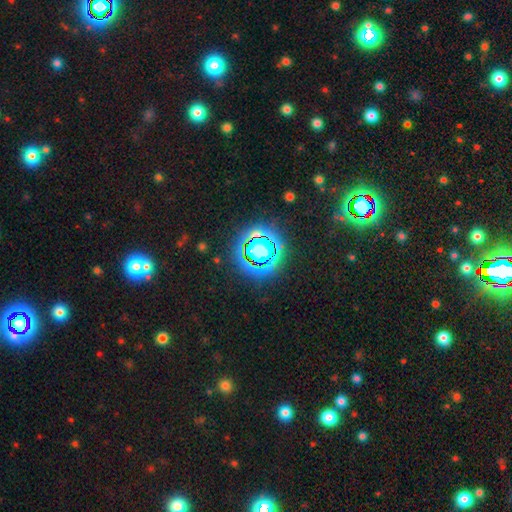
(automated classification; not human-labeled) This appears to be a star or artifact, not a galaxy (77%).